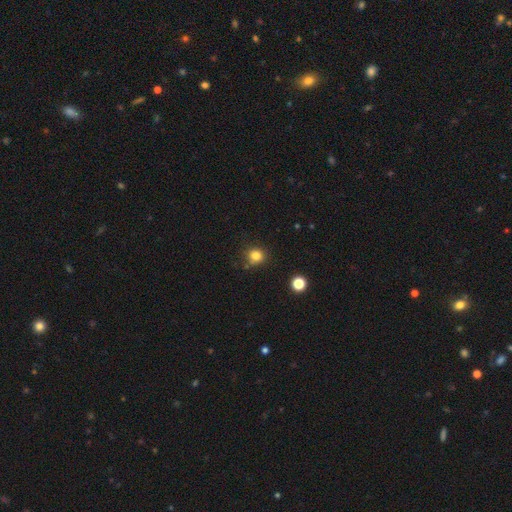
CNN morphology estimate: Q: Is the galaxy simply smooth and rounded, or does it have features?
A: smooth — 81%.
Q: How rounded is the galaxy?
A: round — 87%.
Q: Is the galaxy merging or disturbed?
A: none — 78%.